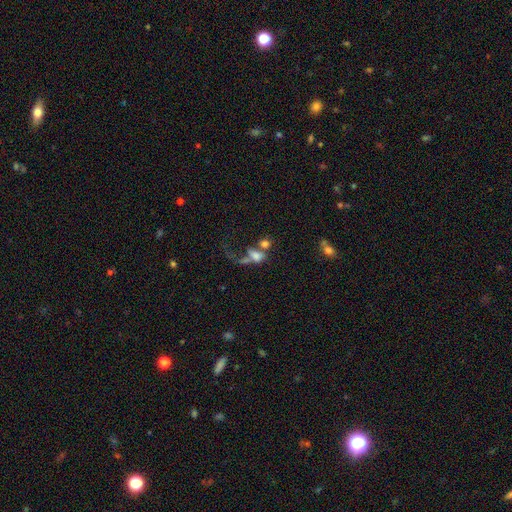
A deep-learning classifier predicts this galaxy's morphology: Overall: smooth (54%; featured or disk 31%). How rounded: in between (68%). Merging: merger (46%; major disturbance 31%).